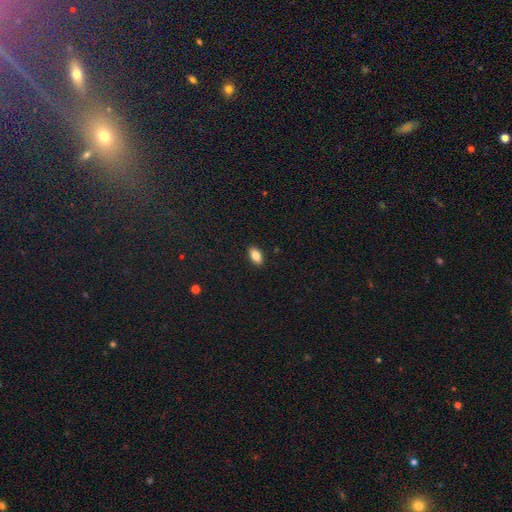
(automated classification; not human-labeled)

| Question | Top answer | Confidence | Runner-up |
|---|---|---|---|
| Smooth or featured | smooth | 83% | featured or disk (9%) |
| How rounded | in between | 91% | cigar-shaped (5%) |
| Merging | none | 90% | minor disturbance (8%) |